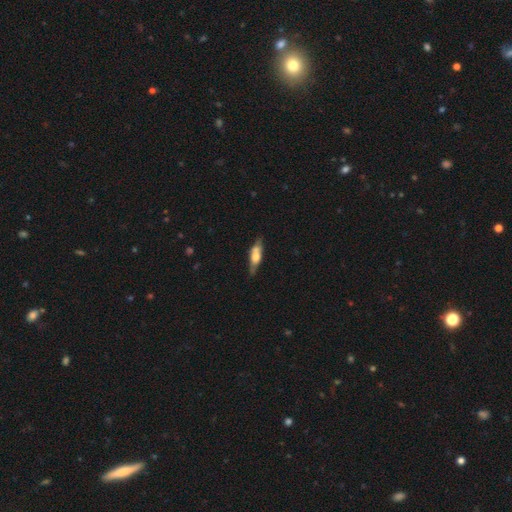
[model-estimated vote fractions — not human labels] Morphology: type=featured or disk (47%, tied with smooth); merging=none (69%).